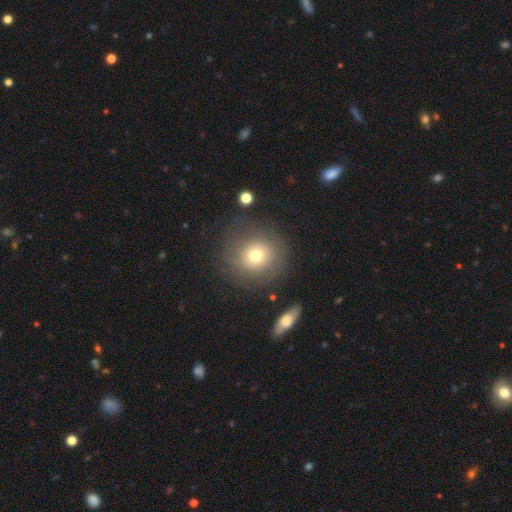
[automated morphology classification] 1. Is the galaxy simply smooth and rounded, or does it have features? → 70% smooth, 19% featured or disk, 11% star or artifact.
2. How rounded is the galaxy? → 90% round, 9% in between, 1% cigar-shaped.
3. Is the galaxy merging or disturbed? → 78% none, 12% minor disturbance, 7% major disturbance, 3% merger.